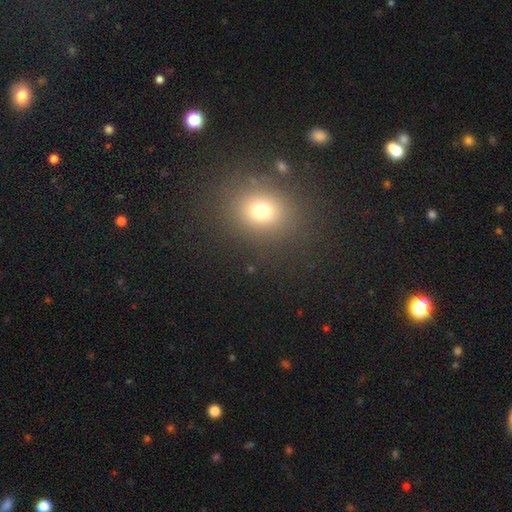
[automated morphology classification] This appears to be a smooth galaxy with no disk features (63%) that is round (61%). Merging: none (89%).